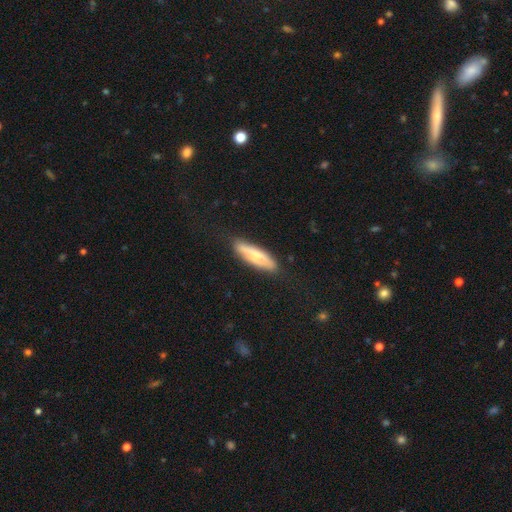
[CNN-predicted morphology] Smooth or featured? smooth (65%)
How rounded? cigar-shaped (64%)
Merging? none (79%)